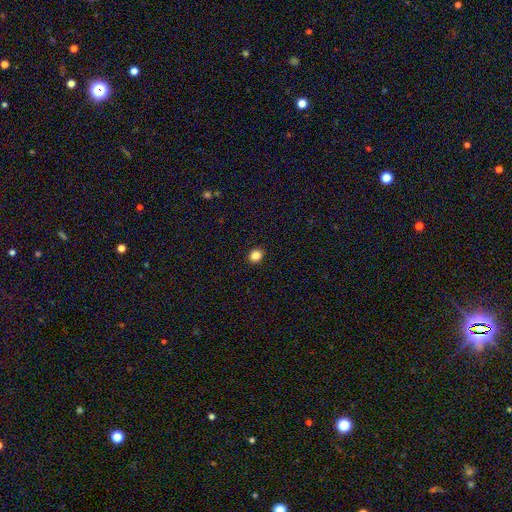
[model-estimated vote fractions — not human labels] A smooth galaxy with no disk features (85%) that is round (64%). Merging: none (92%).